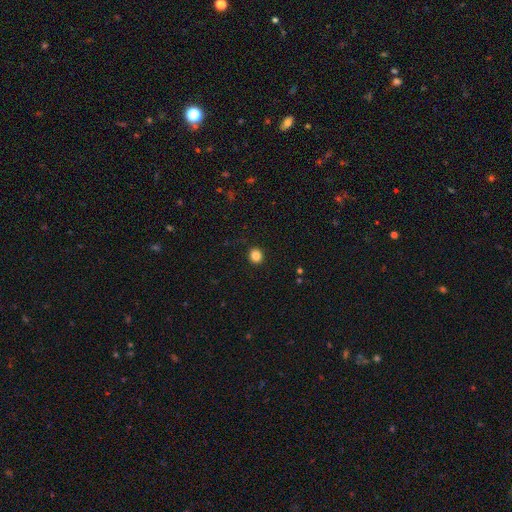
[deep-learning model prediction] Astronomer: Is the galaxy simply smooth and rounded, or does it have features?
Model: smooth — 84%.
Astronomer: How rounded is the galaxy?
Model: round — 87%.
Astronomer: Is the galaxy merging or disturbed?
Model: none — 92%.